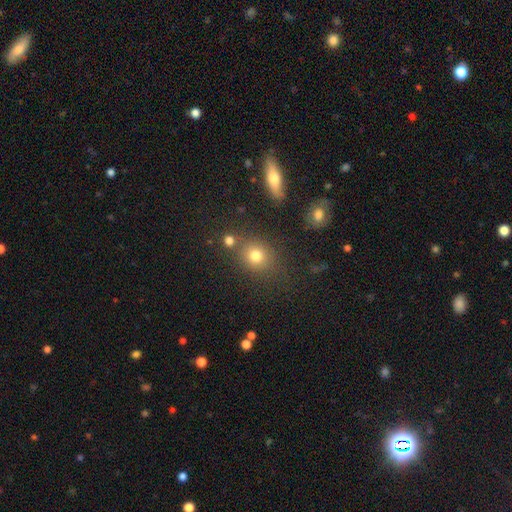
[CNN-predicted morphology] smooth_or_featured: smooth (p=0.75) [alt: star or artifact p=0.16]
how_rounded: round (p=0.69) [alt: in between p=0.30]
merging: none (p=0.71) [alt: minor disturbance p=0.12]